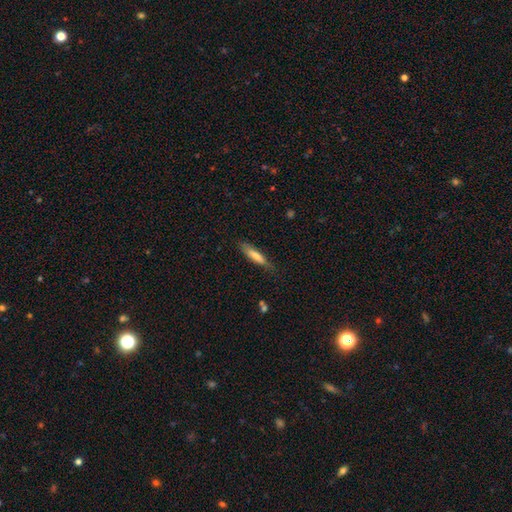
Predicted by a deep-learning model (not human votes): A smooth galaxy with no disk features (67%) that is cigar-shaped (83%).

Vote fractions:
- Smooth or featured? smooth: 67% / featured or disk: 26% / star or artifact: 7%
- How rounded? cigar-shaped: 83% / in between: 16% / round: 2%
- Merging? none: 78% / minor disturbance: 17% / major disturbance: 4% / merger: 2%